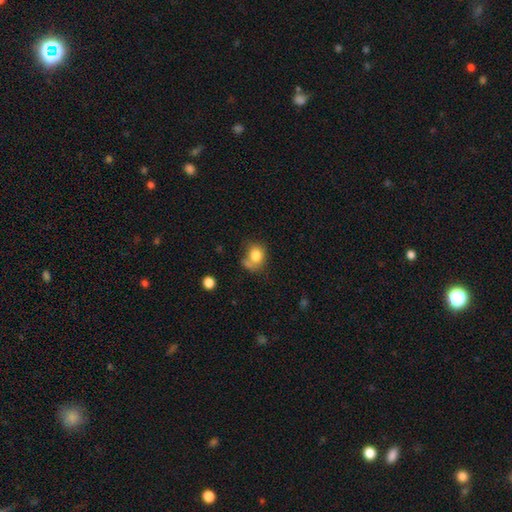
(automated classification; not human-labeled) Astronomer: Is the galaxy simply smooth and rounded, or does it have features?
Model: smooth — 80%.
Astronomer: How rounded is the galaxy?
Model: round — 63%.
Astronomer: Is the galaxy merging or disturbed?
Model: none — 44% (runner-up: minor disturbance, 21%).